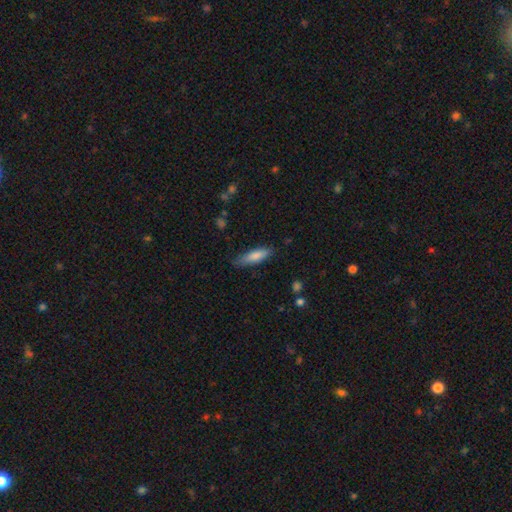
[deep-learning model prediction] smooth-or-featured: smooth: 80% | featured or disk: 14% | star or artifact: 6%
  how-rounded: cigar-shaped: 55% | in between: 43% | round: 2%
  merging: none: 74% | minor disturbance: 20% | major disturbance: 4% | merger: 2%